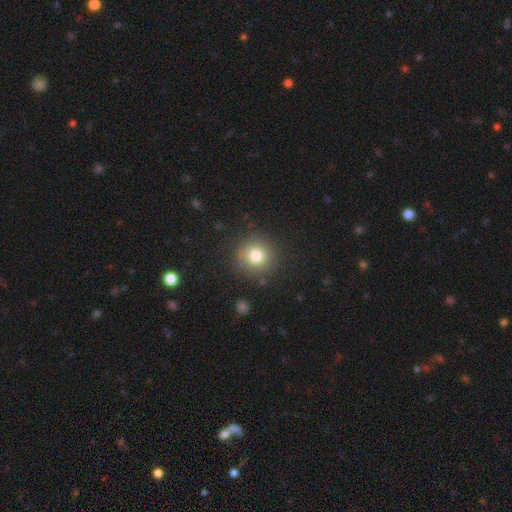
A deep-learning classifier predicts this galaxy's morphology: Smooth or featured? smooth (79%)
How rounded? round (92%)
Merging? none (86%)